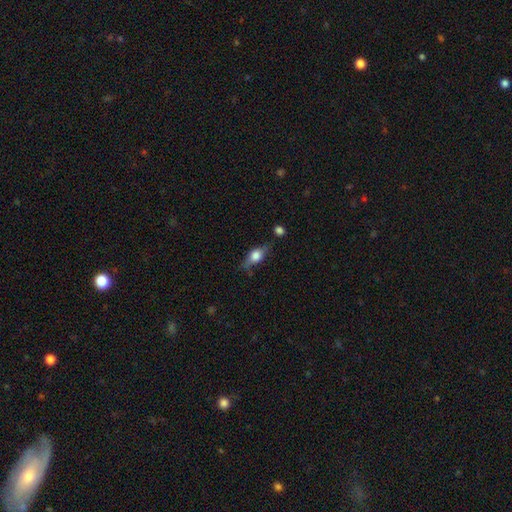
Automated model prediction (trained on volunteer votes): The model was most divided on "smooth or featured": smooth: 58%, featured or disk: 33%, star or artifact: 8%. More confident: how rounded — in between (72%); merging — none (64%).